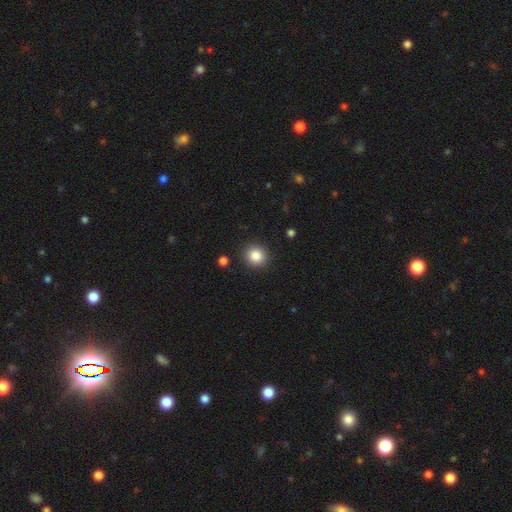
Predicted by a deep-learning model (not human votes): Morphology: type=smooth (85%); roundness=round (89%); merging=none (90%).